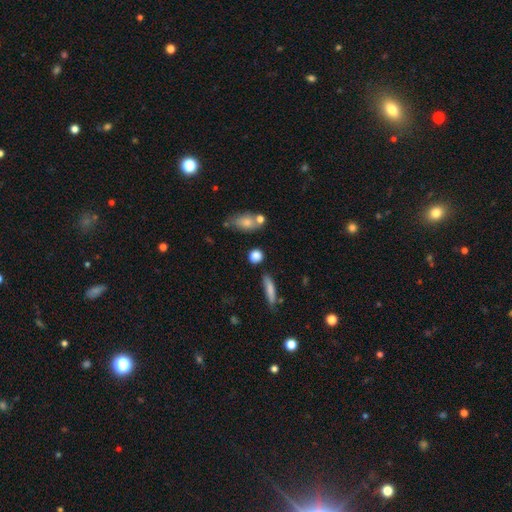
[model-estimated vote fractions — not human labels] Overall: smooth (79%). How rounded: round (62%; in between 26%). Merging: none (73%).